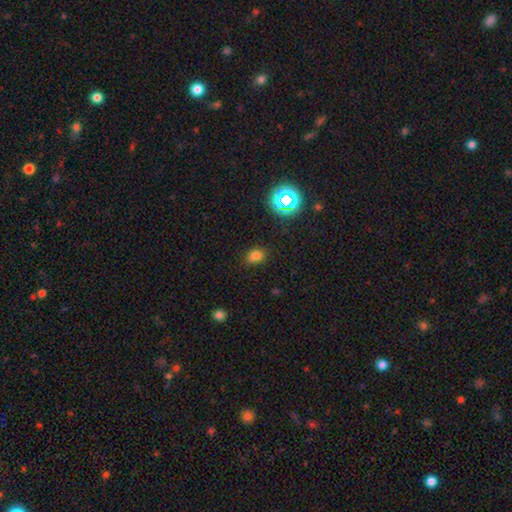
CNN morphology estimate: Smooth or featured? smooth (72%)
How rounded? in between (62%)
Merging? none (72%)